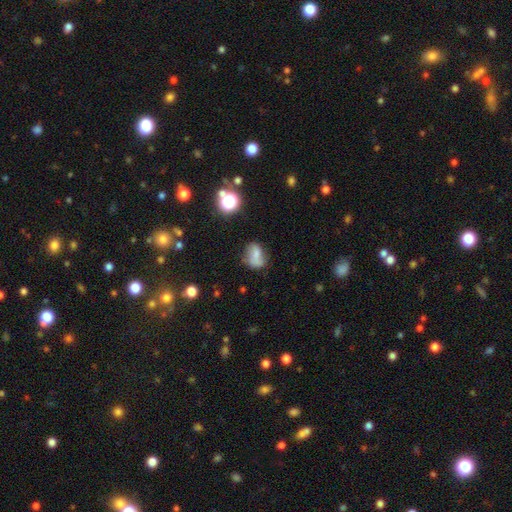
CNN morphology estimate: Q: Smooth or featured?
A: smooth (64%); runner-up: featured or disk (23%)
Q: How rounded?
A: in between (69%); runner-up: round (30%)
Q: Merging?
A: none (49%); runner-up: minor disturbance (29%)